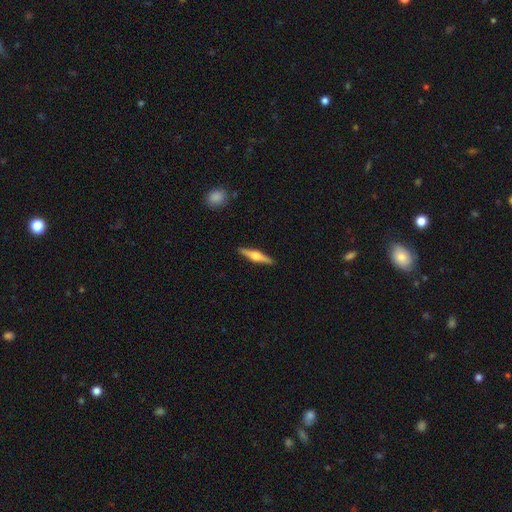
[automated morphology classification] A featured or disk galaxy (70%) viewed edge-on (98%) with a rounded central bulge (93%).

Vote fractions:
- Smooth or featured? featured or disk: 70% / smooth: 25% / star or artifact: 5%
- Edge-on disk? yes: 98% / no: 2%
- Edge-on bulge? rounded: 93% / boxy: 5% / none: 2%
- Merging? none: 91% / minor disturbance: 7% / major disturbance: 1% / merger: 1%